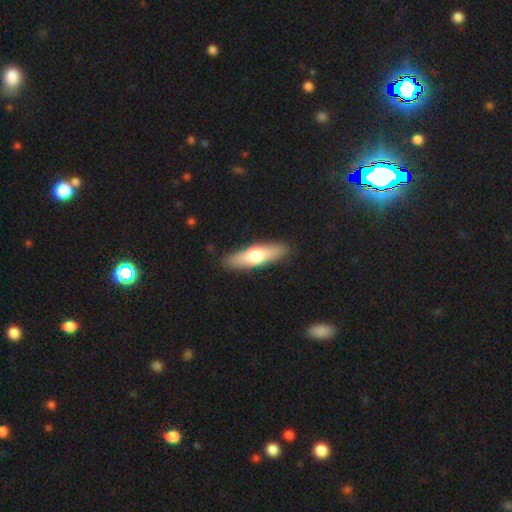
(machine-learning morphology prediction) Smooth or featured: smooth — 62% (featured or disk — 33%)
How rounded: cigar-shaped — 55% (in between — 42%)
Merging: none — 88% (minor disturbance — 9%)